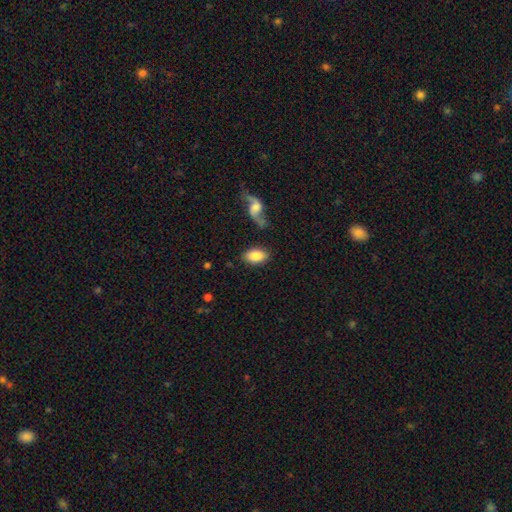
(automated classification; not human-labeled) This appears to be a smooth galaxy with no disk features (82%) that is in between round and cigar-shaped (92%). Merging: none (77%).